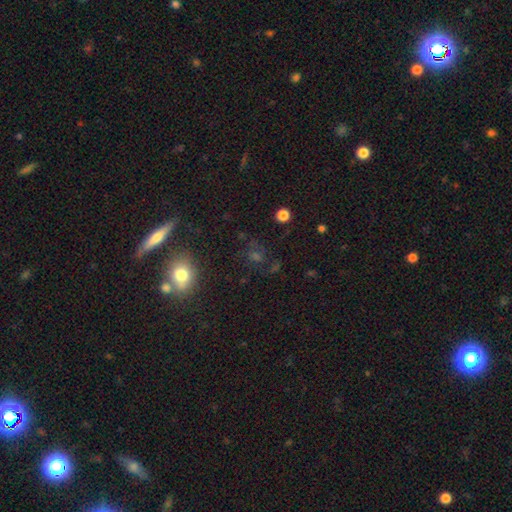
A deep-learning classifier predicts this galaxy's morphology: type=smooth (44%); merging=none (73%).